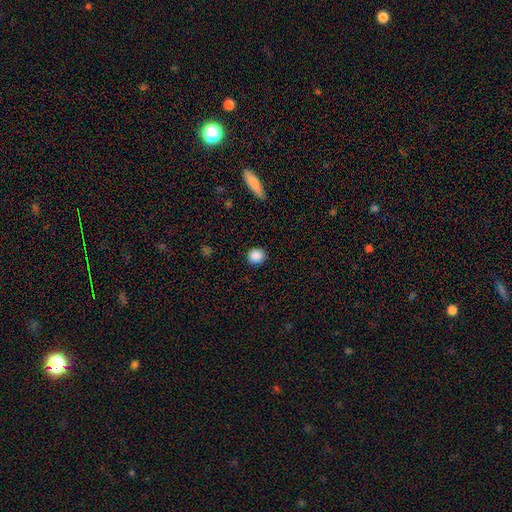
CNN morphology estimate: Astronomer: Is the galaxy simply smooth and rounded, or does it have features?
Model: smooth — 88%.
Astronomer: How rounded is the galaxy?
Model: round — 89%.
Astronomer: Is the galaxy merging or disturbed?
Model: none — 90%.